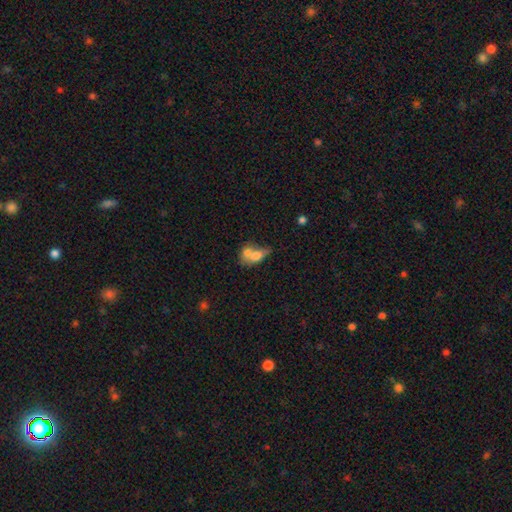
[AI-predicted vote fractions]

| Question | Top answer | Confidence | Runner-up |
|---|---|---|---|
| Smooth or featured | smooth | 67% | featured or disk (25%) |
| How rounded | in between | 70% | round (25%) |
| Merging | merger | 68% | none (19%) |